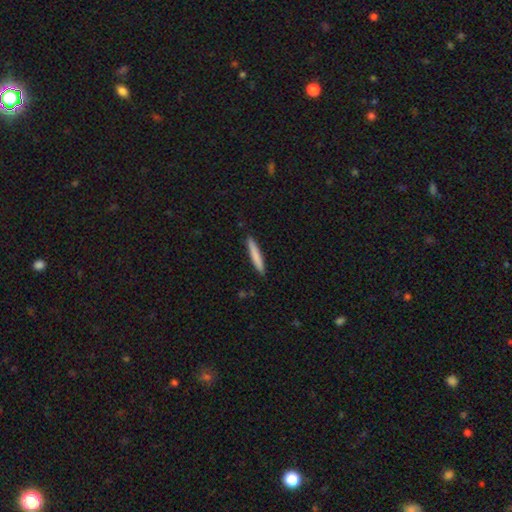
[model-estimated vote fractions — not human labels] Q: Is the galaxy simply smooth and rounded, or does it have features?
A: smooth — 80%.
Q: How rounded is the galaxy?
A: cigar-shaped — 94%.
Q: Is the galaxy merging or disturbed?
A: none — 90%.